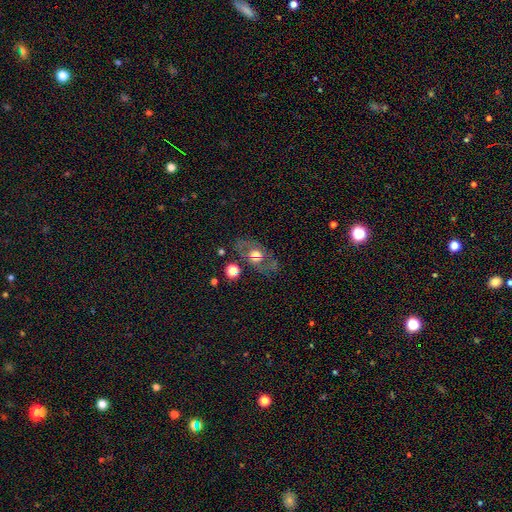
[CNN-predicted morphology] Q: Smooth or featured?
A: featured or disk (46%); runner-up: smooth (39%)
Q: Merging?
A: none (68%); runner-up: minor disturbance (15%)